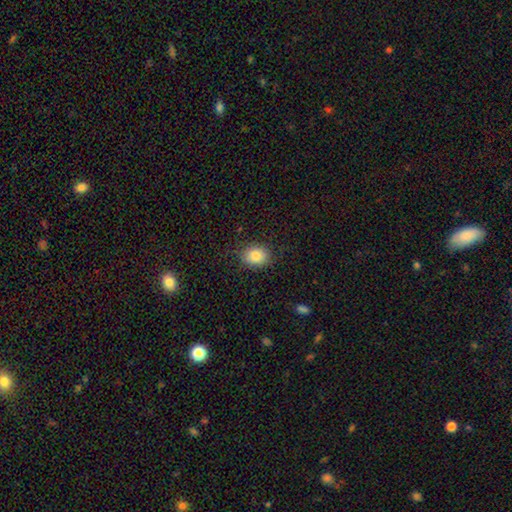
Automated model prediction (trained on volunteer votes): The model was most divided on "how rounded": round: 51%, in between: 48%, cigar-shaped: 1%. More confident: merging — none (84%); smooth or featured — smooth (83%).